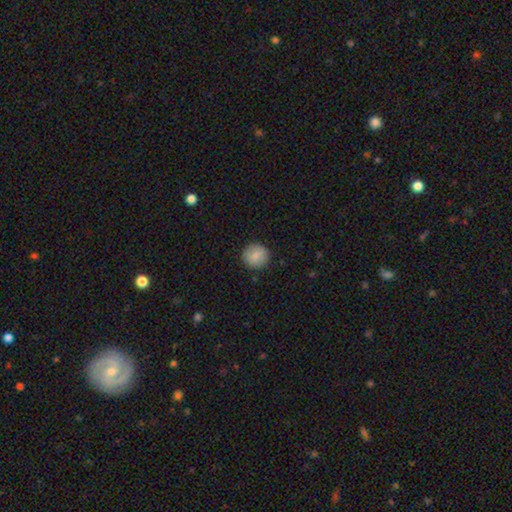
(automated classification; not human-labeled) Overall: smooth (85%). How rounded: round (91%). Merging: none (90%).